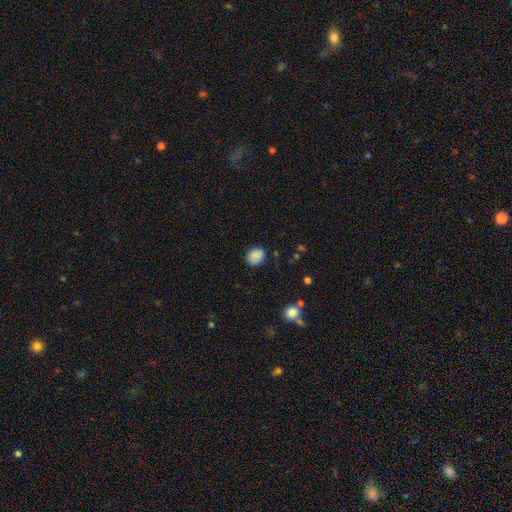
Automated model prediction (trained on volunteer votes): smooth-or-featured: smooth: 85% | star or artifact: 9% | featured or disk: 5%
  how-rounded: round: 52% | in between: 47% | cigar-shaped: 1%
  merging: none: 77% | minor disturbance: 17% | major disturbance: 4% | merger: 2%